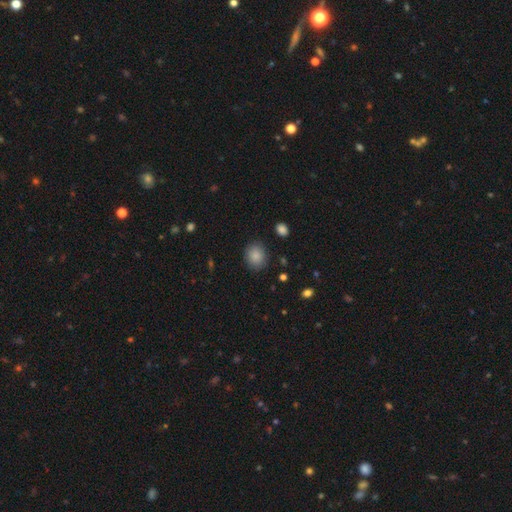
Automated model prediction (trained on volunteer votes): smooth_or_featured: smooth (p=0.87) [alt: star or artifact p=0.08]
how_rounded: round (p=0.70) [alt: in between p=0.29]
merging: none (p=0.87) [alt: minor disturbance p=0.09]